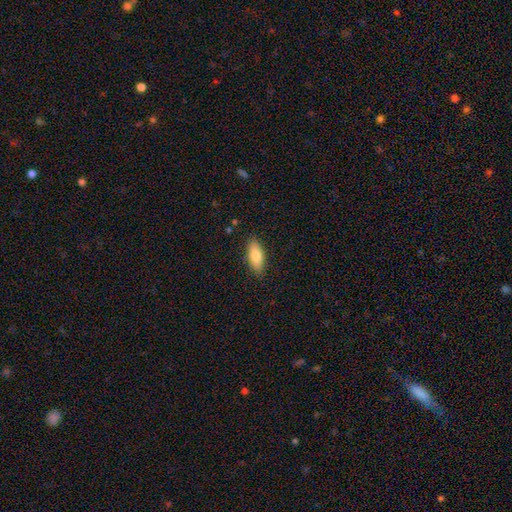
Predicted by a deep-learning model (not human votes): Smooth or featured: smooth — 79% (featured or disk — 14%)
How rounded: in between — 82% (cigar-shaped — 15%)
Merging: none — 87% (minor disturbance — 10%)